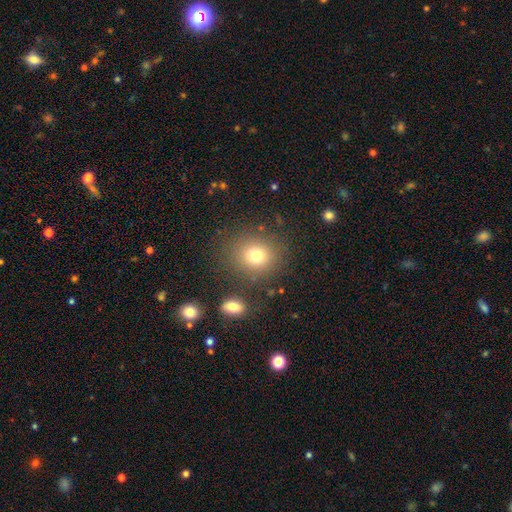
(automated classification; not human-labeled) Overall: smooth (75%). How rounded: round (78%). Merging: none (82%).